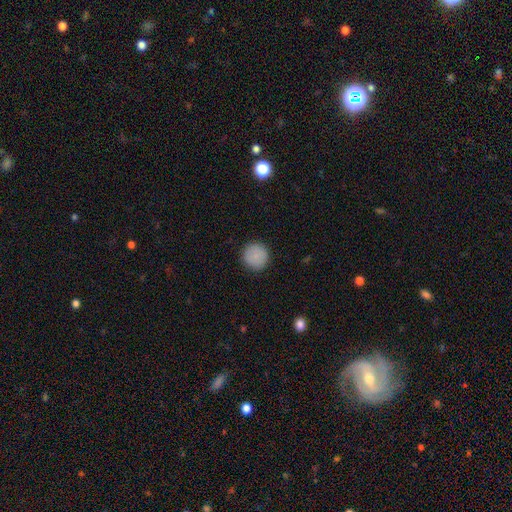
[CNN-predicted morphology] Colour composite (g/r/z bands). It shows a smooth galaxy with no disk features (86%) that is round (95%). Merging: none (91%).